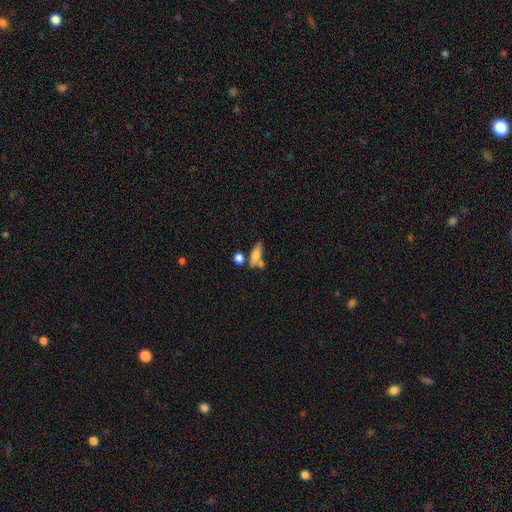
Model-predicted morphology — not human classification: smooth_or_featured: smooth (p=0.72) [alt: featured or disk p=0.19]
how_rounded: in between (p=0.53) [alt: cigar-shaped p=0.41]
merging: none (p=0.51) [alt: merger p=0.26]